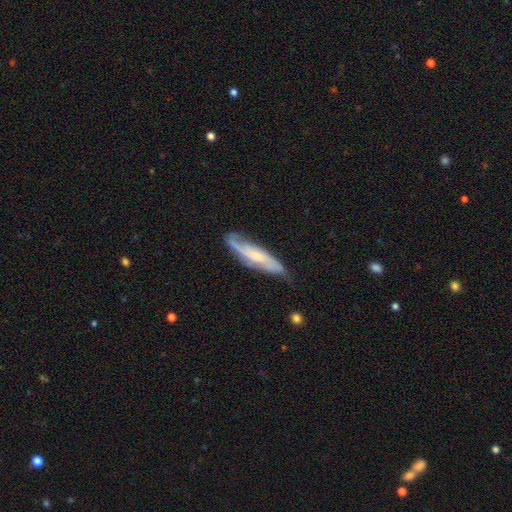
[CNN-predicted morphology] Smooth or featured?
  - featured or disk: 70% *
  - smooth: 24%
  - star or artifact: 6%
Edge-on disk?
  - no: 67% *
  - yes: 33%
Merging?
  - none: 67% *
  - minor disturbance: 24%
  - major disturbance: 7%
  - merger: 2%